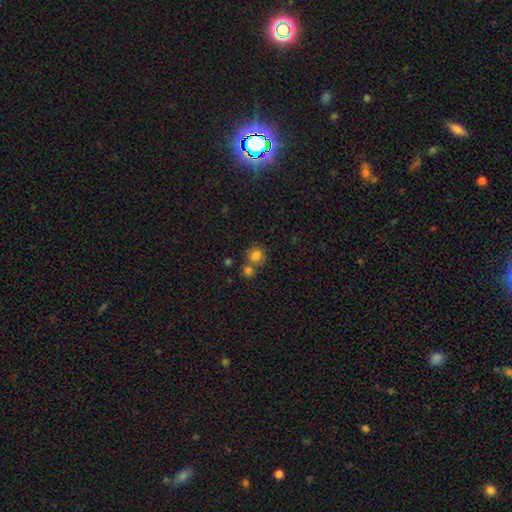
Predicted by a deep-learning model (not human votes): smooth 81%, star or artifact 12%, featured or disk 7%. Down the decision tree: how rounded — round (85%); merging — none (58%).